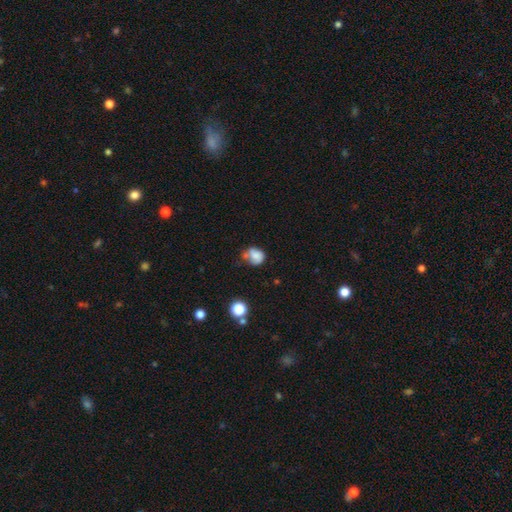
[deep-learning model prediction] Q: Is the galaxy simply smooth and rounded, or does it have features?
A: smooth — 70%.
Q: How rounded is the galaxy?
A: round — 58%.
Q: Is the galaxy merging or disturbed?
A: none — 37%.